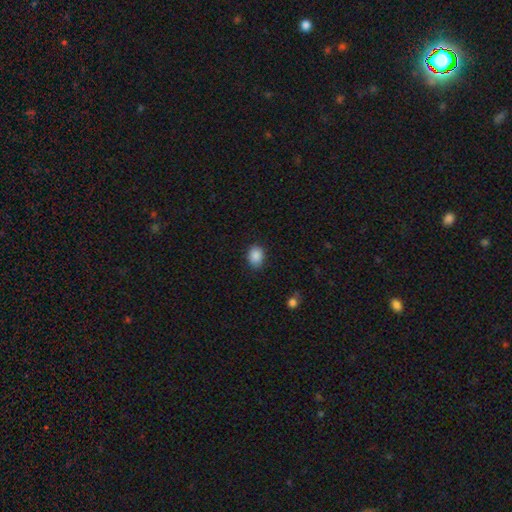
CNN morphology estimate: Q: Smooth or featured?
A: smooth (88%); runner-up: star or artifact (9%)
Q: How rounded?
A: in between (64%); runner-up: round (35%)
Q: Merging?
A: none (83%); runner-up: minor disturbance (13%)